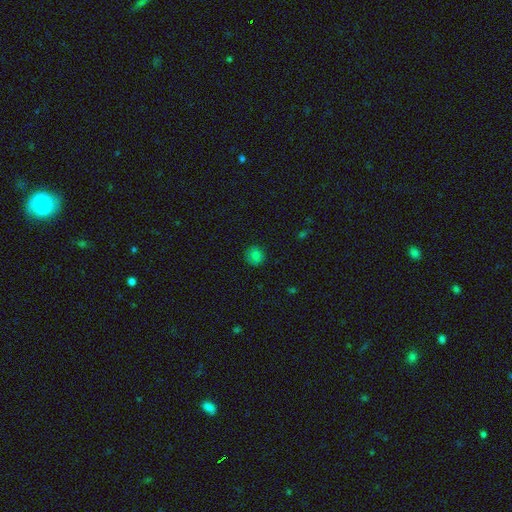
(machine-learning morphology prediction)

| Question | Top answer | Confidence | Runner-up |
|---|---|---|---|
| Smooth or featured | smooth | 79% | star or artifact (14%) |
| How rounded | round | 86% | in between (13%) |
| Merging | none | 85% | minor disturbance (11%) |